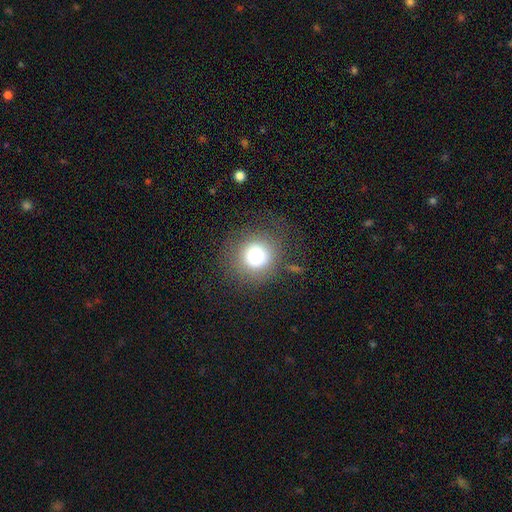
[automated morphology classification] smooth-or-featured: smooth: 77% | star or artifact: 12% | featured or disk: 11%
  how-rounded: round: 91% | in between: 8% | cigar-shaped: 1%
  merging: none: 72% | minor disturbance: 14% | major disturbance: 11% | merger: 3%